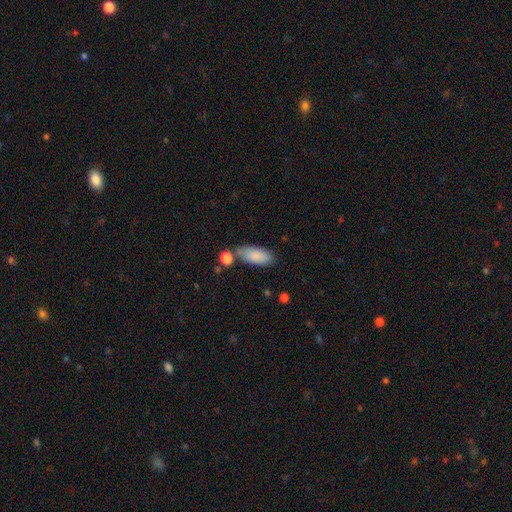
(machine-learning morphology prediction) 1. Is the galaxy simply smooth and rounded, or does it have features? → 86% smooth, 8% featured or disk, 6% star or artifact.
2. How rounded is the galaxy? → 85% in between, 13% cigar-shaped, 2% round.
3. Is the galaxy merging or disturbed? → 69% none, 17% minor disturbance, 10% merger, 4% major disturbance.